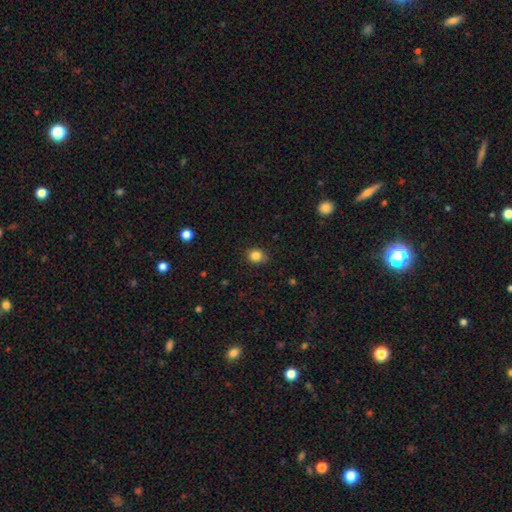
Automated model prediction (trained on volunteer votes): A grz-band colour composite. It shows a smooth galaxy with no disk features (84%) that is round (61%). Merging: none (84%).